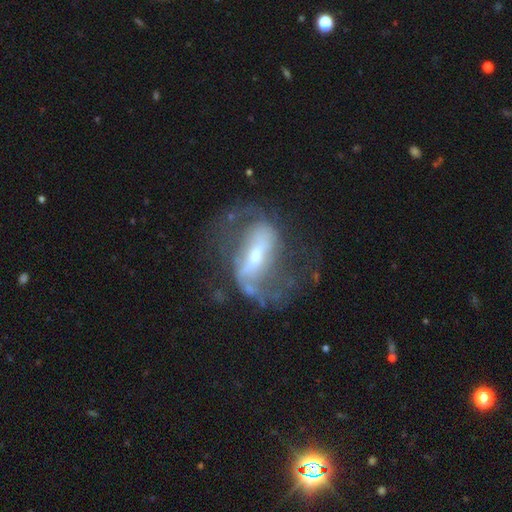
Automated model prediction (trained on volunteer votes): This appears to be a featured or disk galaxy (81%) with a strong bar (57%), 2 (84%) loose (55%) spiral arms (83%) and a moderate central bulge (47%). Merging: none (50%).